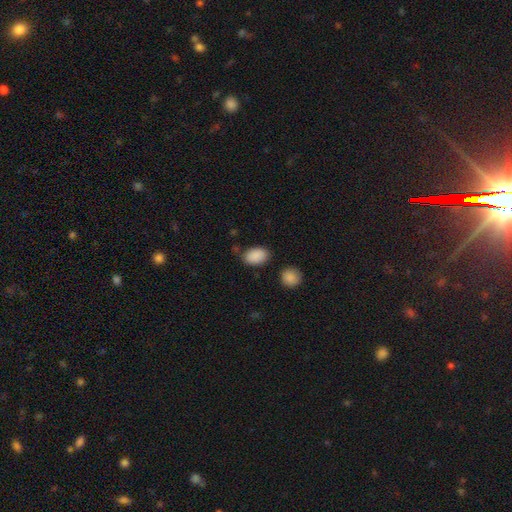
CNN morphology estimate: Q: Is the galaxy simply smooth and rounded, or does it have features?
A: smooth — 89%.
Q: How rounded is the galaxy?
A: in between — 85%.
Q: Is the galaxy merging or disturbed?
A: none — 77%.